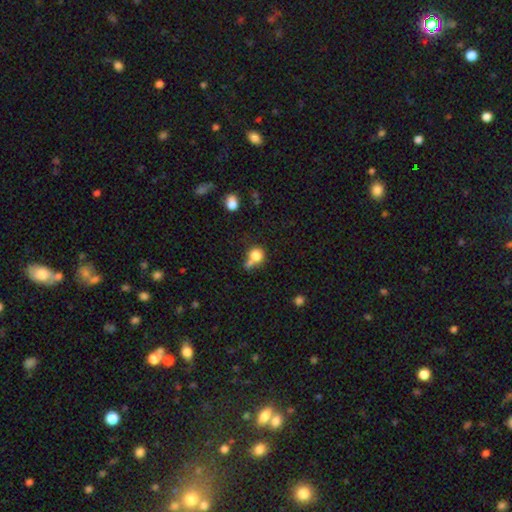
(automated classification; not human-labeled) smooth_or_featured: smooth (p=0.80) [alt: star or artifact p=0.11]
how_rounded: round (p=0.84) [alt: in between p=0.15]
merging: none (p=0.42) [alt: merger p=0.39]